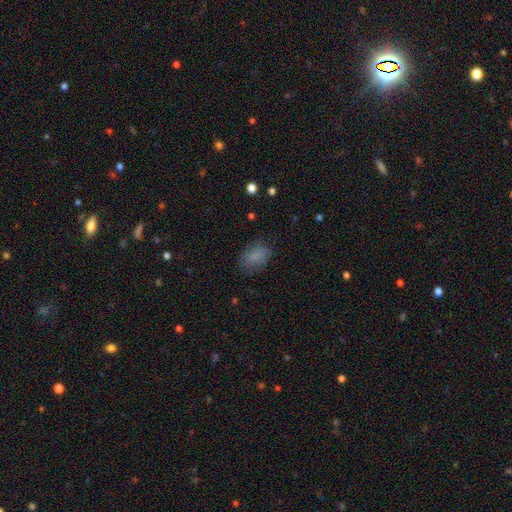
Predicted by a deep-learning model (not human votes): Smooth or featured? smooth (82%)
How rounded? in between (84%)
Merging? none (75%)